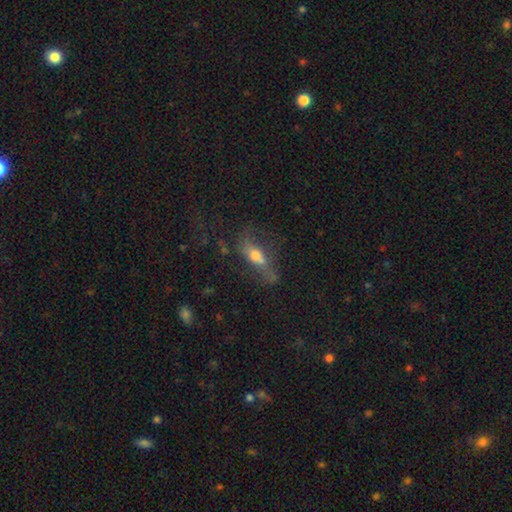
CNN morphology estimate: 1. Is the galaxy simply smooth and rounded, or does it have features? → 49% smooth, 36% featured or disk, 14% star or artifact.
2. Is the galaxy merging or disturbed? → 39% none, 27% major disturbance, 23% minor disturbance, 11% merger.